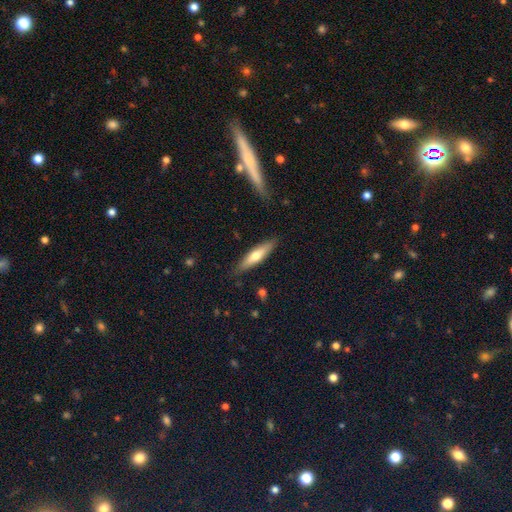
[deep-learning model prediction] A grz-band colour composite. It shows a smooth galaxy with no disk features (56%) that is cigar-shaped (76%). Merging: none (86%).